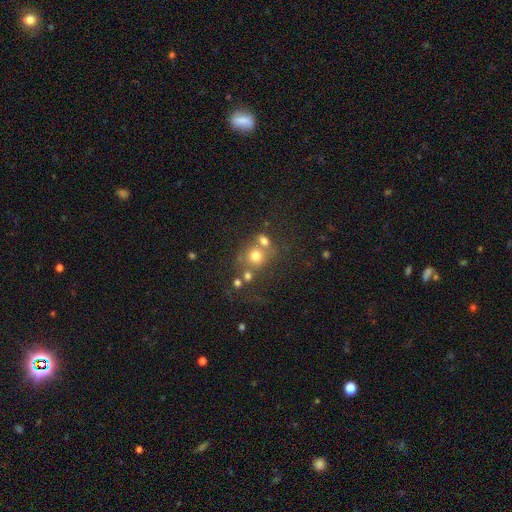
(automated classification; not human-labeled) Overall: smooth (69%). How rounded: round (80%). Merging: none (48%; merger 36%).